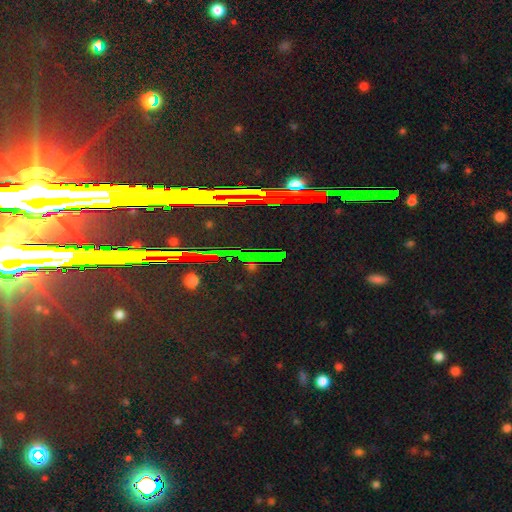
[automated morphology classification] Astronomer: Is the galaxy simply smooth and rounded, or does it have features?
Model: star or artifact — 82%.